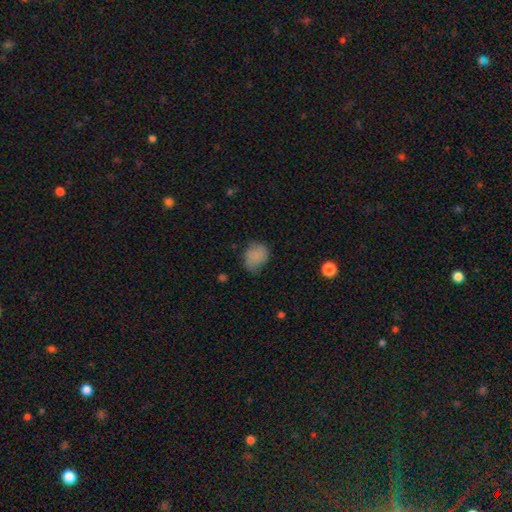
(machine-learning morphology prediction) Overall: smooth (80%). How rounded: in between (52%; round 47%). Merging: none (57%; minor disturbance 32%).